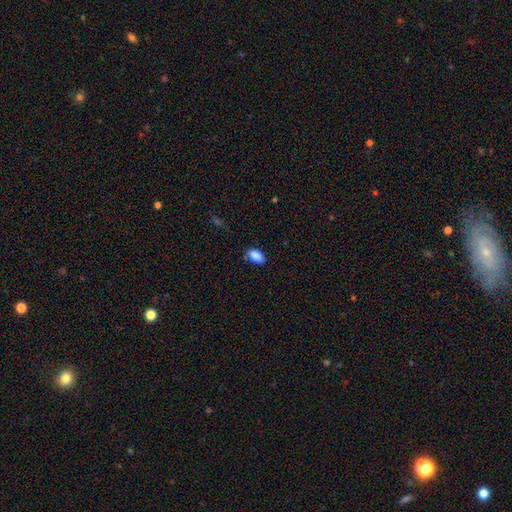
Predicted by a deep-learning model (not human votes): Q: Smooth or featured?
A: smooth (87%); runner-up: star or artifact (8%)
Q: How rounded?
A: in between (92%); runner-up: round (4%)
Q: Merging?
A: none (76%); runner-up: minor disturbance (18%)